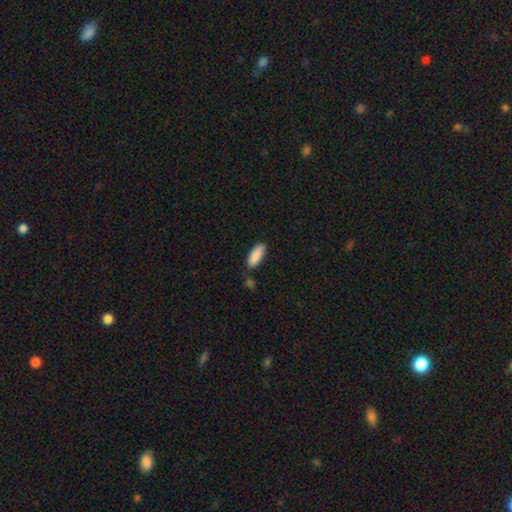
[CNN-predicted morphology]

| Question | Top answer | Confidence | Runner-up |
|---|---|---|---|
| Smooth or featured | smooth | 89% | star or artifact (6%) |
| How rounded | in between | 75% | cigar-shaped (24%) |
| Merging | none | 79% | minor disturbance (14%) |